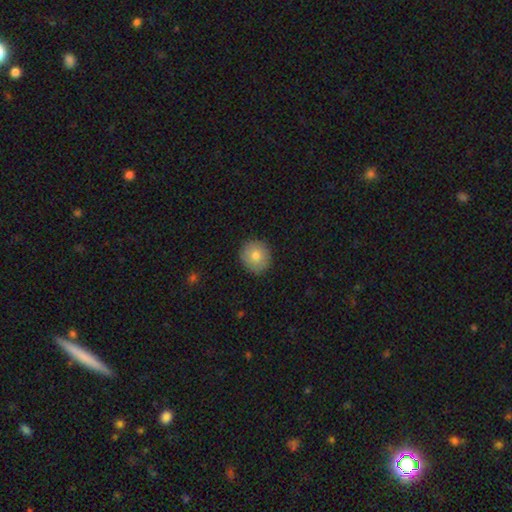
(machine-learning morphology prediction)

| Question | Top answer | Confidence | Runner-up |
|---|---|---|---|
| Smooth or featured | smooth | 78% | featured or disk (14%) |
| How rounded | round | 87% | in between (12%) |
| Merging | none | 89% | minor disturbance (8%) |